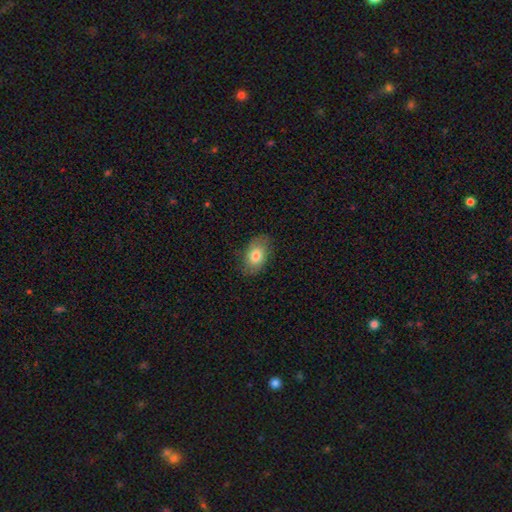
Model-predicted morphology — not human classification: Smooth or featured? Predicted: smooth (p=0.74). How rounded? Predicted: in between (p=0.87). Merging? Predicted: none (p=0.79).